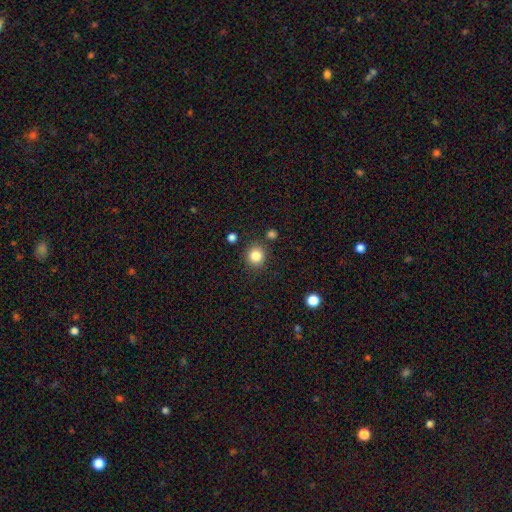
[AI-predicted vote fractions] Smooth or featured? smooth (84%)
How rounded? round (89%)
Merging? none (85%)